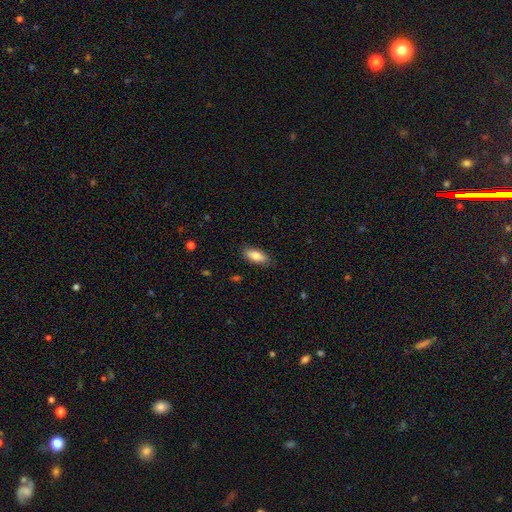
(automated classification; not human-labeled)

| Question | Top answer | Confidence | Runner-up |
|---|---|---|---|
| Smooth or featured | smooth | 81% | featured or disk (13%) |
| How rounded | in between | 80% | cigar-shaped (17%) |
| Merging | none | 85% | minor disturbance (11%) |